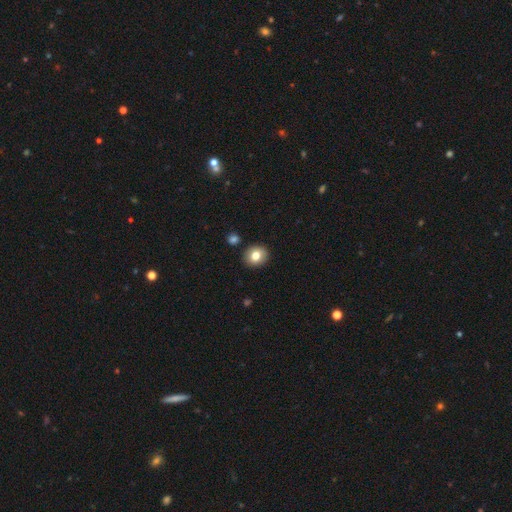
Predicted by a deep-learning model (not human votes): smooth-or-featured: smooth: 79% | featured or disk: 11% | star or artifact: 10%
  how-rounded: round: 72% | in between: 27% | cigar-shaped: 1%
  merging: none: 89% | minor disturbance: 7% | merger: 3% | major disturbance: 2%